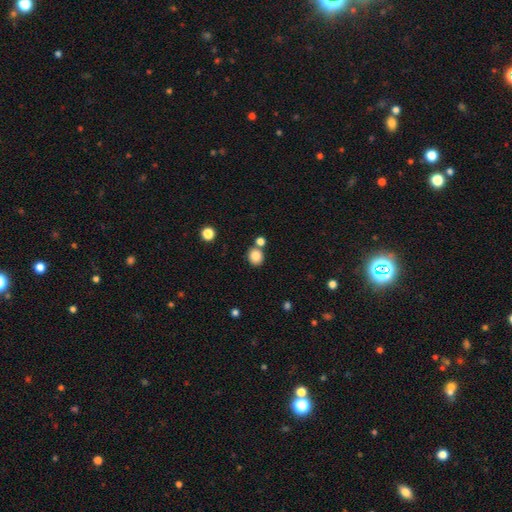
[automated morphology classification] This is clearly a smooth galaxy (84%). How rounded: clearly round (82%). Merging: likely none (71%).